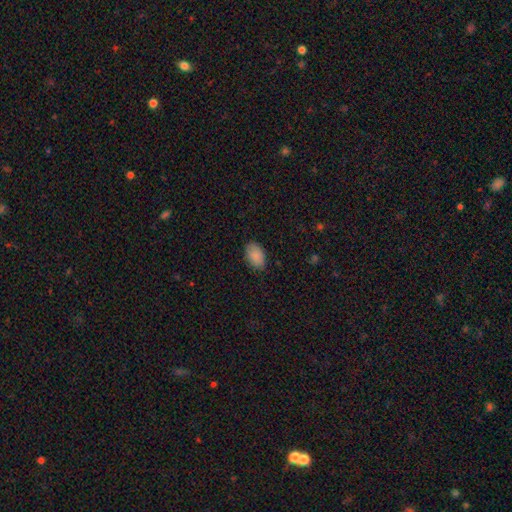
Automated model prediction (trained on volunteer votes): smooth_or_featured: smooth (p=0.89) [alt: star or artifact p=0.07]
how_rounded: in between (p=0.90) [alt: round p=0.08]
merging: none (p=0.84) [alt: minor disturbance p=0.13]